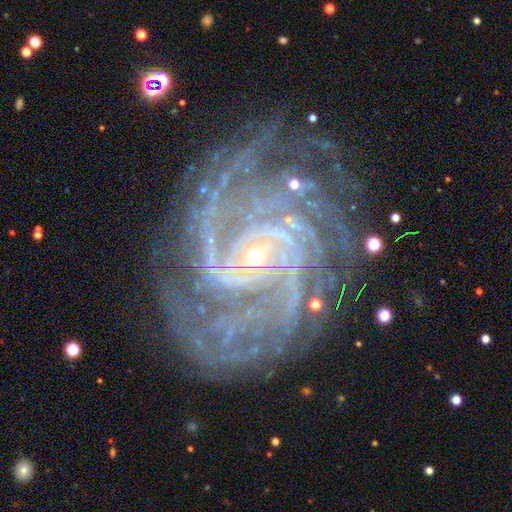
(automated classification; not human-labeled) Smooth or featured? Predicted: featured or disk (p=0.92). Edge-on disk? Predicted: no (p=0.98). Bar? Predicted: no (p=0.52). Spiral arms? Predicted: yes (p=0.99). Spiral winding? Predicted: tight (p=0.65). Spiral arm count? Predicted: 2 (p=0.20). Bulge size? Predicted: small (p=0.81). Merging? Predicted: none (p=0.75).